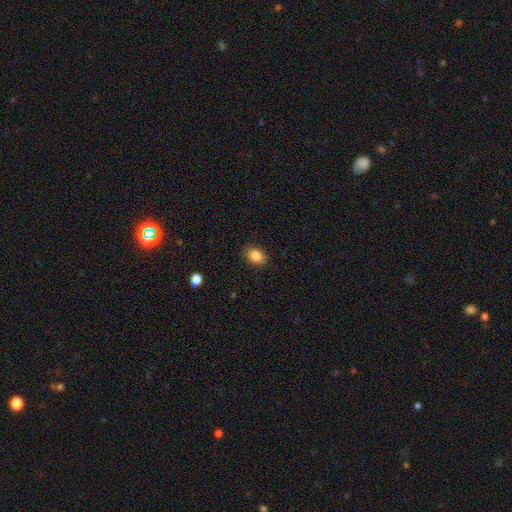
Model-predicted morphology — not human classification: smooth_or_featured: smooth (p=0.86) [alt: star or artifact p=0.09]
how_rounded: in between (p=0.67) [alt: round p=0.32]
merging: none (p=0.85) [alt: minor disturbance p=0.11]